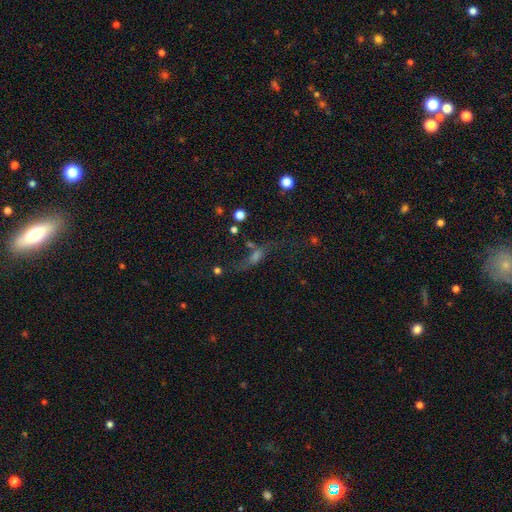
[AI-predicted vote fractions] featured or disk 45%, smooth 31%, star or artifact 24%. Down the decision tree: merging — none (46%).